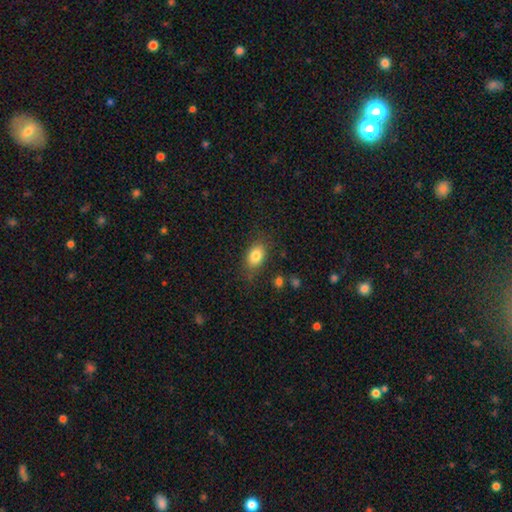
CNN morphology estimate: A smooth galaxy with no disk features (83%) that is in between round and cigar-shaped (84%). Merging: none (77%).